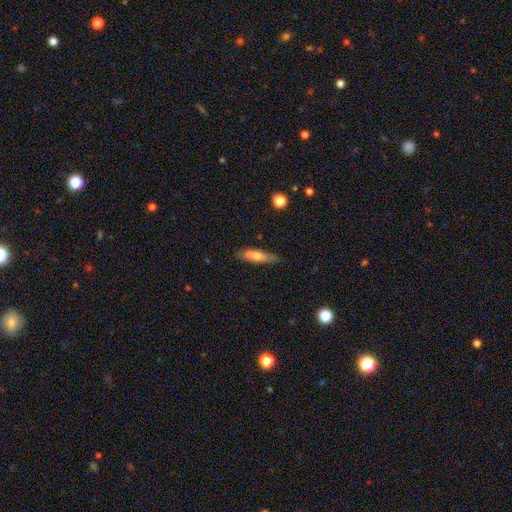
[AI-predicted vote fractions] A smooth galaxy with no disk features (63%) that is cigar-shaped (64%).

Vote fractions:
- Smooth or featured? smooth: 63% / featured or disk: 30% / star or artifact: 8%
- How rounded? cigar-shaped: 64% / in between: 33% / round: 3%
- Merging? none: 60% / merger: 18% / minor disturbance: 18% / major disturbance: 5%